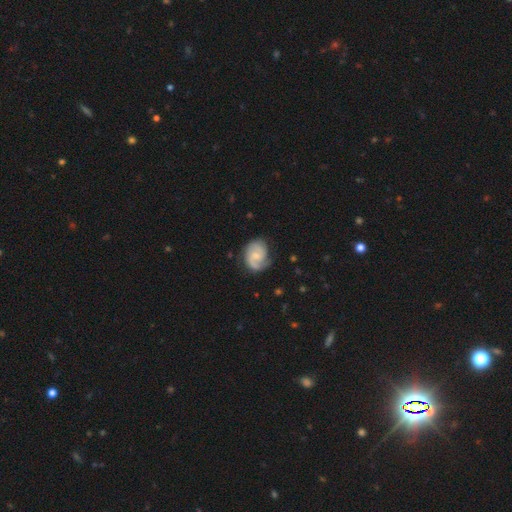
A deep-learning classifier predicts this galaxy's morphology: featured or disk 78%, smooth 16%, star or artifact 5%. Down the decision tree: edge-on disk — no (98%); bar — no (58%); spiral arms — yes (96%); spiral arm count — 2 (72%); spiral winding — medium (45%); bulge size — small (57%); merging — none (69%).